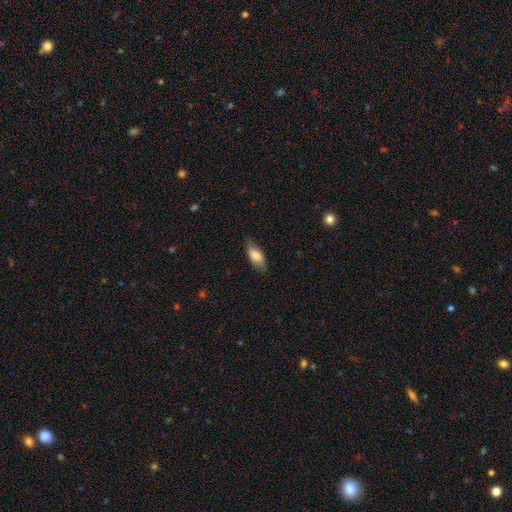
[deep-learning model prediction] The model was most divided on "smooth or featured": smooth: 75%, featured or disk: 19%, star or artifact: 7%. More confident: how rounded — in between (80%); merging — none (76%).